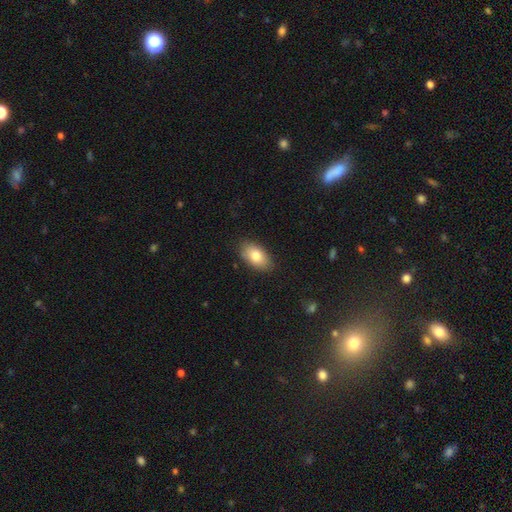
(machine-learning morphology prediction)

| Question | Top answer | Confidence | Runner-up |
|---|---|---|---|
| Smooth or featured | smooth | 81% | featured or disk (12%) |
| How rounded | in between | 92% | round (5%) |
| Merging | none | 84% | minor disturbance (12%) |